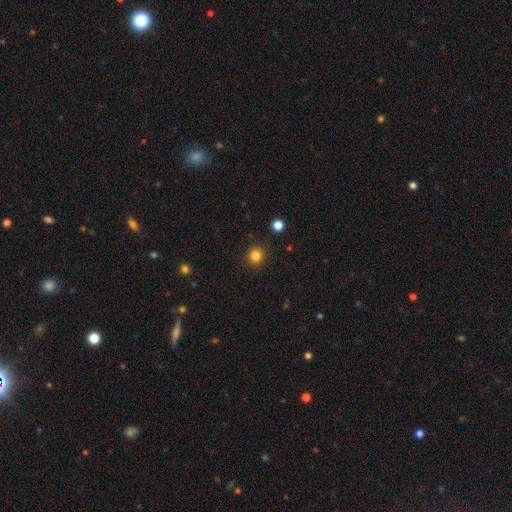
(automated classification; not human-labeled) smooth_or_featured: smooth (p=0.83) [alt: star or artifact p=0.13]
how_rounded: round (p=0.91) [alt: in between p=0.08]
merging: none (p=0.91) [alt: minor disturbance p=0.05]